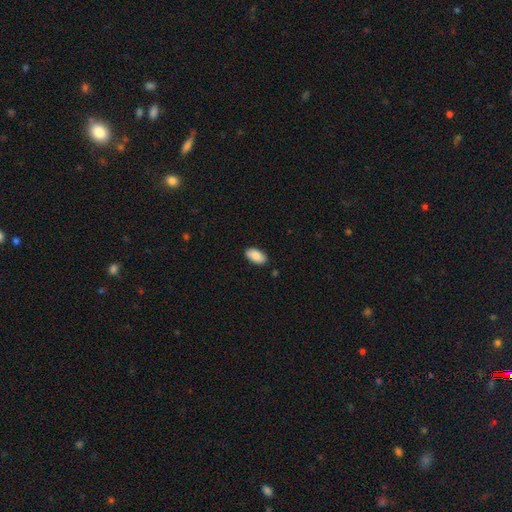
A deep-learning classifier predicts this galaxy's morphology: type=smooth (88%); roundness=in between (95%); merging=none (87%).